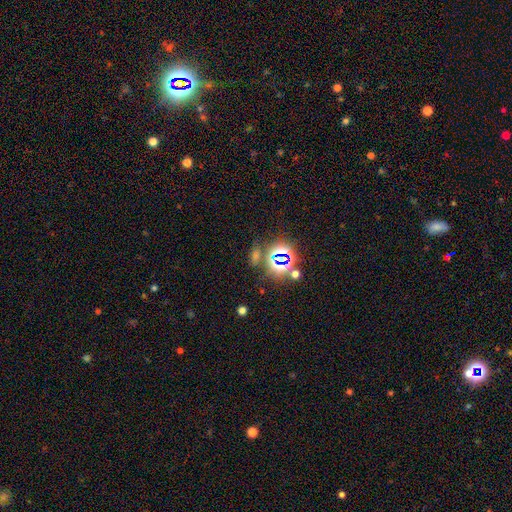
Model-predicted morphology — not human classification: Overall: star or artifact (66%).